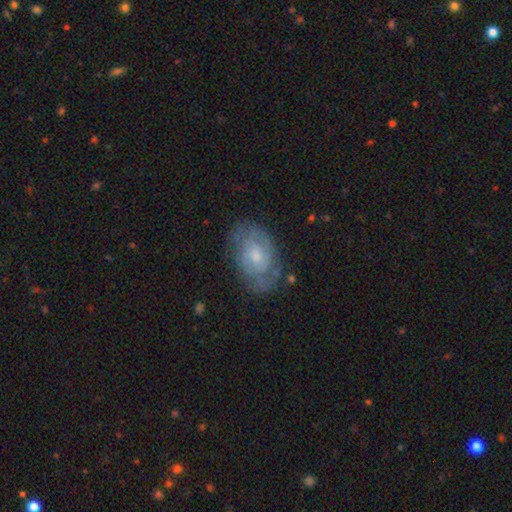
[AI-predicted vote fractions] This is likely a featured or disk galaxy (69%). It is clearly not viewed edge-on (96%). Bar: likely no (68%). Spiral arm pattern: clearly yes (83%). Spiral arm count: marginally 2 (44%). Spiral winding: possibly tight (58%). Central bulge: possibly small (50%). Merging: likely none (69%).